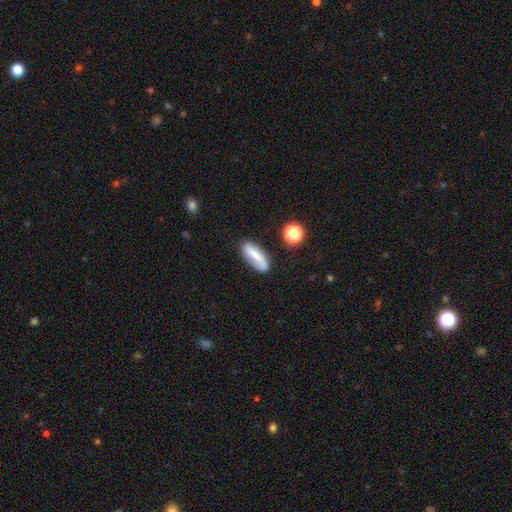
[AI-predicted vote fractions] Smooth or featured?
  - smooth: 61% *
  - featured or disk: 30%
  - star or artifact: 9%
How rounded?
  - in between: 61% *
  - cigar-shaped: 35%
  - round: 4%
Merging?
  - none: 72% *
  - minor disturbance: 18%
  - major disturbance: 6%
  - merger: 4%